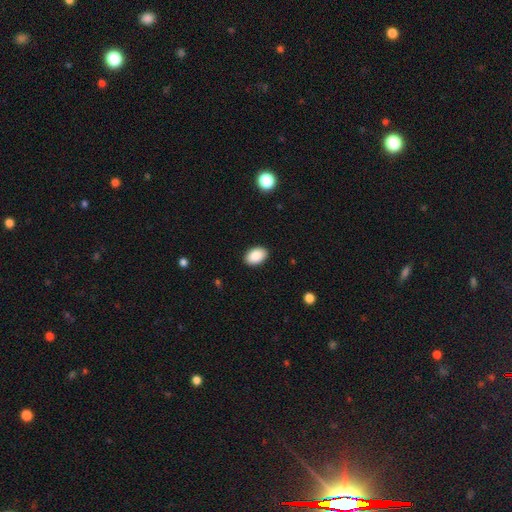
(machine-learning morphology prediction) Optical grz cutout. It shows a smooth galaxy with no disk features (90%) that is in between round and cigar-shaped (91%). Merging: none (90%).